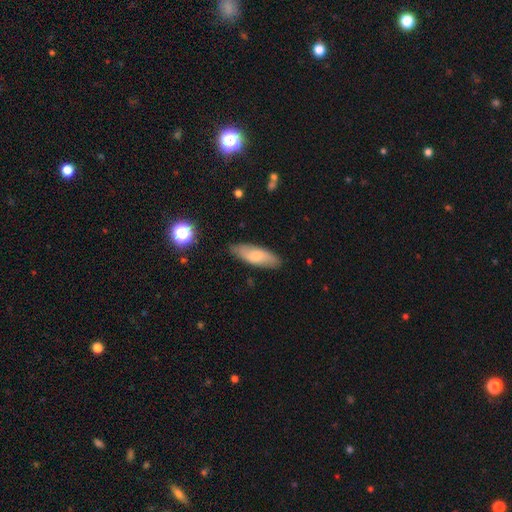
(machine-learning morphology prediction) Smooth or featured? Predicted: smooth (p=0.62). How rounded? Predicted: in between (p=0.61). Merging? Predicted: none (p=0.84).